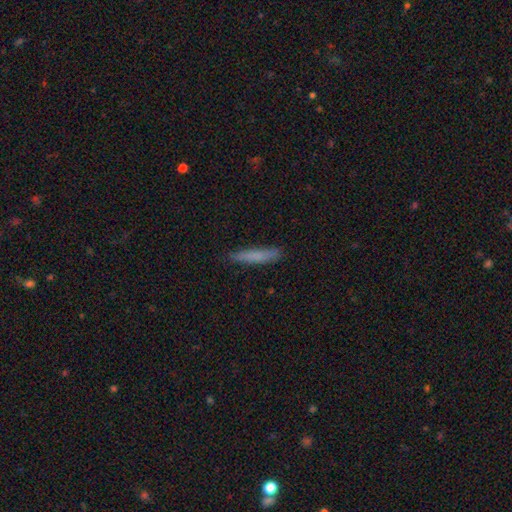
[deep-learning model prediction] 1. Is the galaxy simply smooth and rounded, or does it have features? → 76% smooth, 17% featured or disk, 7% star or artifact.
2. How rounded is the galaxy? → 93% cigar-shaped, 5% in between, 1% round.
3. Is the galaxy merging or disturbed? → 86% none, 11% minor disturbance, 2% major disturbance, 1% merger.